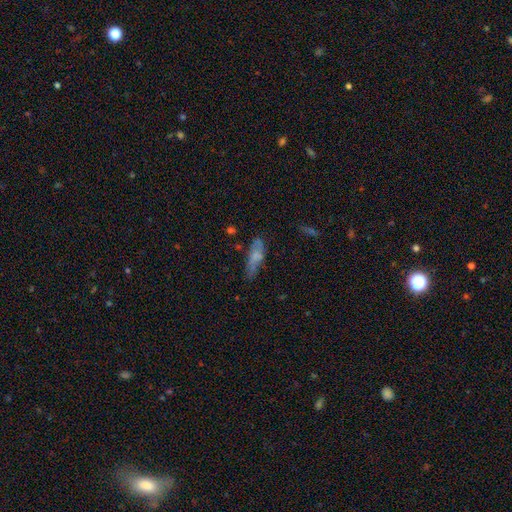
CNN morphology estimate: smooth_or_featured: smooth (p=0.65) [alt: featured or disk p=0.26]
how_rounded: in between (p=0.49) [alt: cigar-shaped p=0.48]
merging: none (p=0.52) [alt: minor disturbance p=0.30]